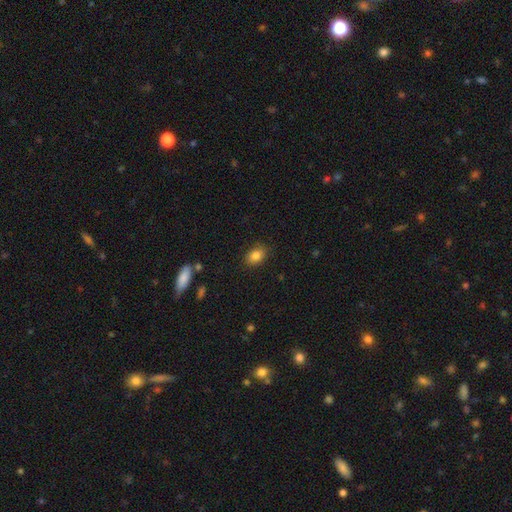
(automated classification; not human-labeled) Smooth or featured: smooth — 85% (star or artifact — 9%)
How rounded: in between — 77% (round — 22%)
Merging: none — 86% (minor disturbance — 10%)